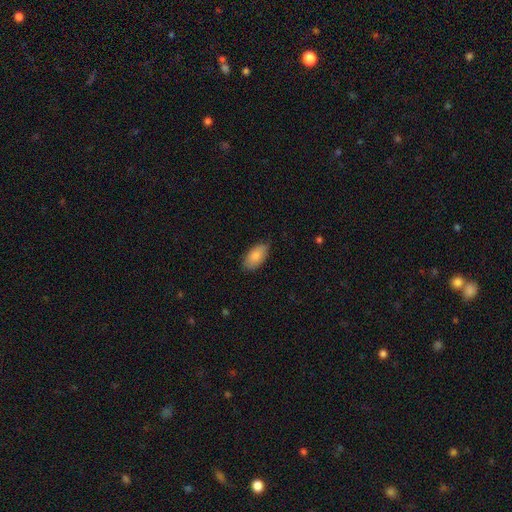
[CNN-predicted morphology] The model was most divided on "merging": none: 81%, minor disturbance: 15%, major disturbance: 3%, merger: 1%. More confident: how rounded — in between (94%); smooth or featured — smooth (84%).